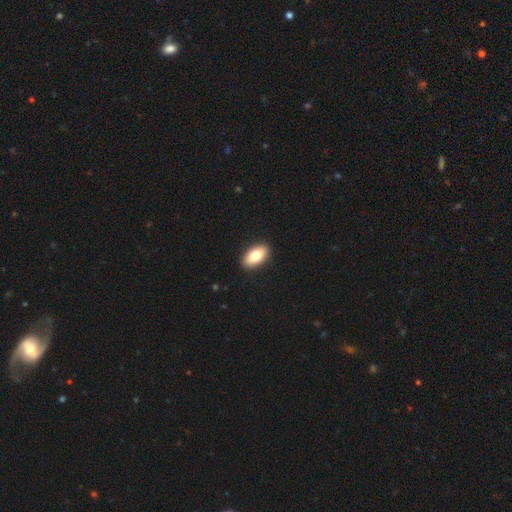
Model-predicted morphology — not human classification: A smooth galaxy with no disk features (79%) that is in between round and cigar-shaped (93%). Merging: none (91%).